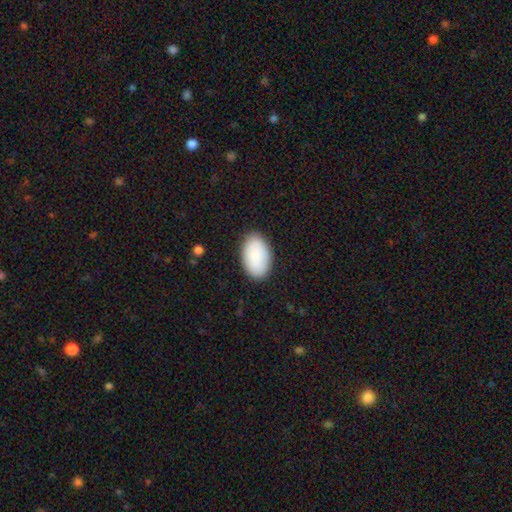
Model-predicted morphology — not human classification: The model was most divided on "merging": none: 87%, minor disturbance: 10%, major disturbance: 2%, merger: 1%. More confident: how rounded — in between (93%); smooth or featured — smooth (88%).